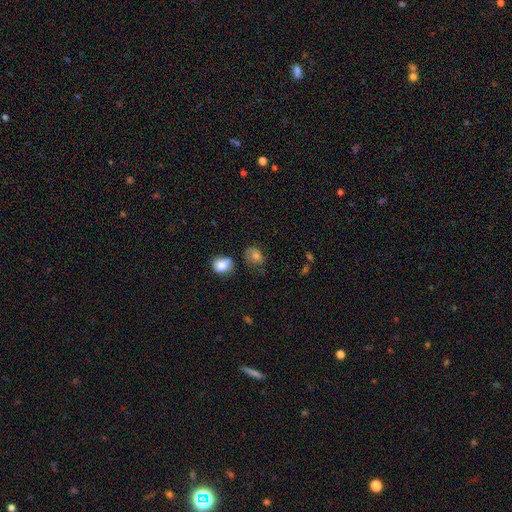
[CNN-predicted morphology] type=smooth (65%); roundness=in between (52%); merging=none (50%).